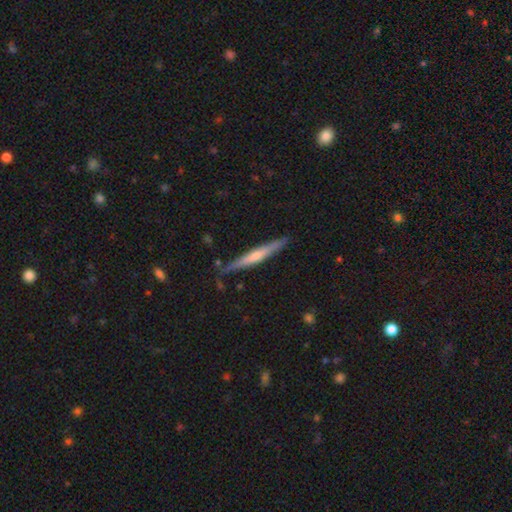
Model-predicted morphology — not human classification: The model was most divided on "smooth or featured": featured or disk: 56%, smooth: 39%, star or artifact: 6%. More confident: edge-on disk — yes (96%); merging — none (84%); edge-on bulge — rounded (54%).